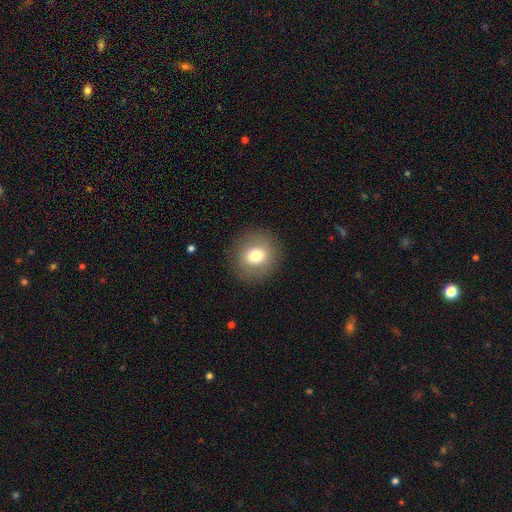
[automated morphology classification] smooth_or_featured: smooth (p=0.75) [alt: featured or disk p=0.15]
how_rounded: round (p=0.87) [alt: in between p=0.12]
merging: none (p=0.89) [alt: minor disturbance p=0.07]